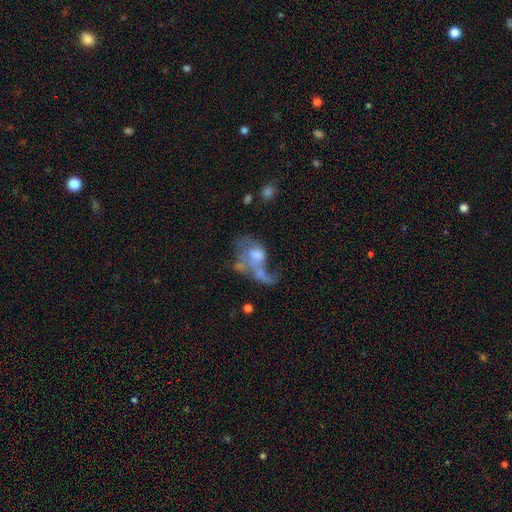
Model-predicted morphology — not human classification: The model was most divided on "merging": major disturbance: 39%, merger: 37%, none: 15%, minor disturbance: 9%. Remaining: edge-on disk — no (97%); bar — no (77%); spiral arms — no (60%); smooth or featured — featured or disk (59%); bulge size — moderate (39%).